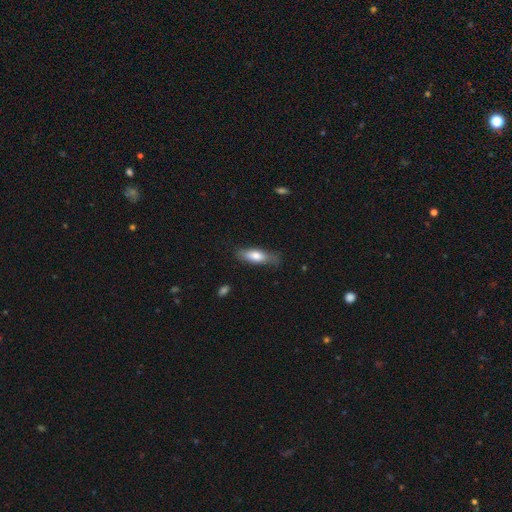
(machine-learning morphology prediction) smooth-or-featured: smooth: 72% | featured or disk: 22% | star or artifact: 6%
  how-rounded: in between: 58% | cigar-shaped: 40% | round: 2%
  merging: none: 69% | minor disturbance: 24% | major disturbance: 6% | merger: 2%